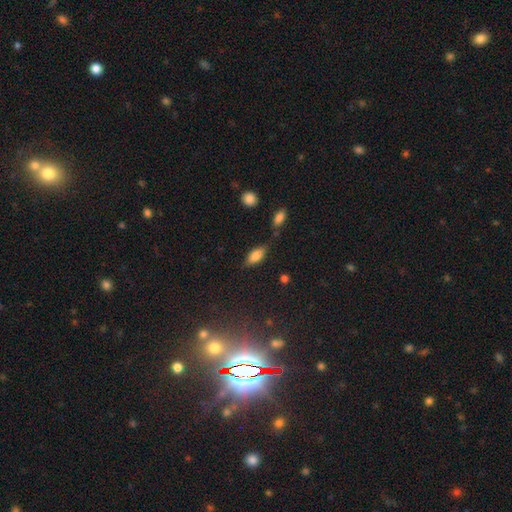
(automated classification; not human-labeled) Overall: smooth (79%). How rounded: in between (82%). Merging: none (63%; minor disturbance 24%).